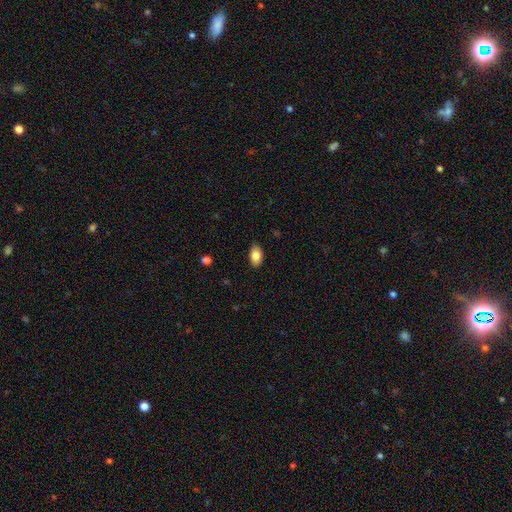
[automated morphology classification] Smooth or featured?
  - smooth: 83% *
  - featured or disk: 10%
  - star or artifact: 7%
How rounded?
  - in between: 92% *
  - round: 6%
  - cigar-shaped: 2%
Merging?
  - none: 87% *
  - minor disturbance: 10%
  - major disturbance: 2%
  - merger: 1%